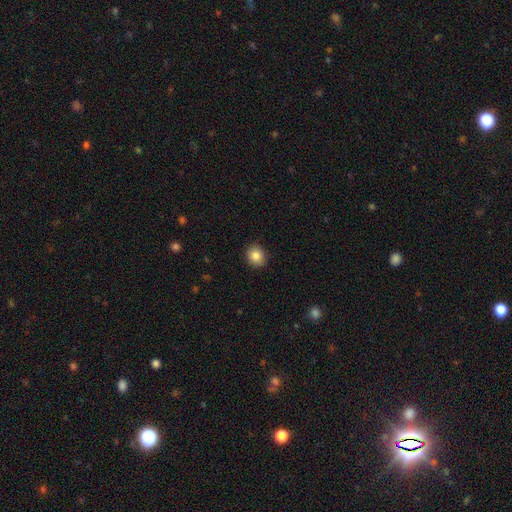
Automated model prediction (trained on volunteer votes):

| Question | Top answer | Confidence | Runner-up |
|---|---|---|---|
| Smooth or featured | smooth | 85% | star or artifact (9%) |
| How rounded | round | 75% | in between (24%) |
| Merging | none | 90% | minor disturbance (8%) |